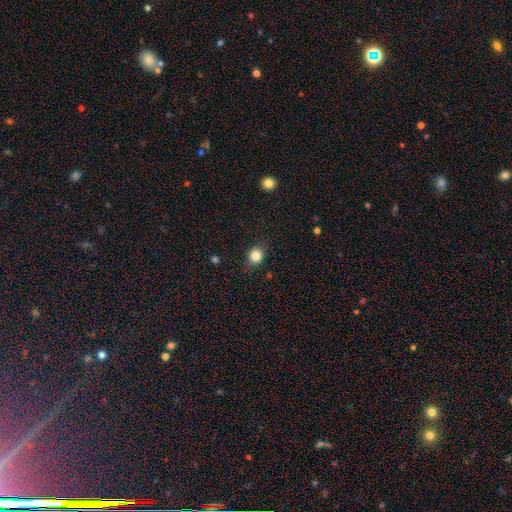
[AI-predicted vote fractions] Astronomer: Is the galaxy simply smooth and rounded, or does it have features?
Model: smooth — 84%.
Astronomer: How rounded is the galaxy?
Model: round — 75%.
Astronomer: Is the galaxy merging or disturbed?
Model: none — 85%.